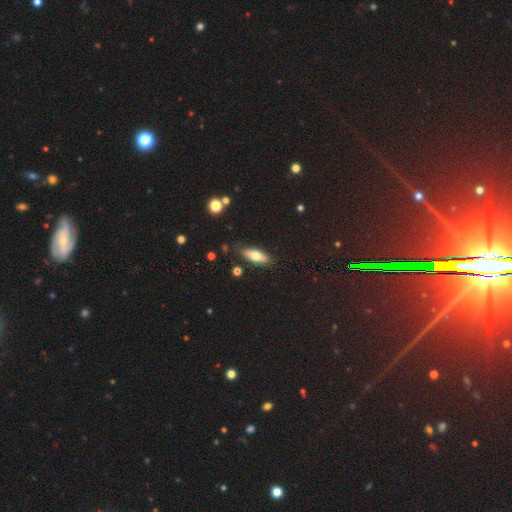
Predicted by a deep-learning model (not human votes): Smooth or featured? smooth (66%)
How rounded? in between (69%)
Merging? none (82%)